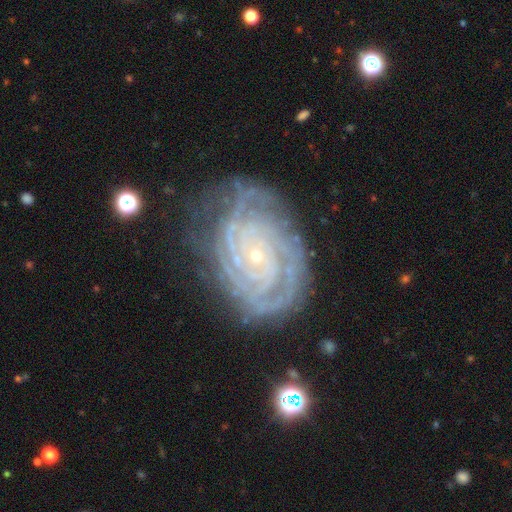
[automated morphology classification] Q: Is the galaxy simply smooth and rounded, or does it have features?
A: featured or disk — 90%.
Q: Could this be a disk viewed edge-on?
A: no — 97%.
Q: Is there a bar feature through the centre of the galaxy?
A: no — 77%.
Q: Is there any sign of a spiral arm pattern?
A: yes — 98%.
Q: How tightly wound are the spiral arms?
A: tight — 84%.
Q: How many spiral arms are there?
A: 2 — 22%.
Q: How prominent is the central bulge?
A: small — 87%.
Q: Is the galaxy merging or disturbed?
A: none — 72%.